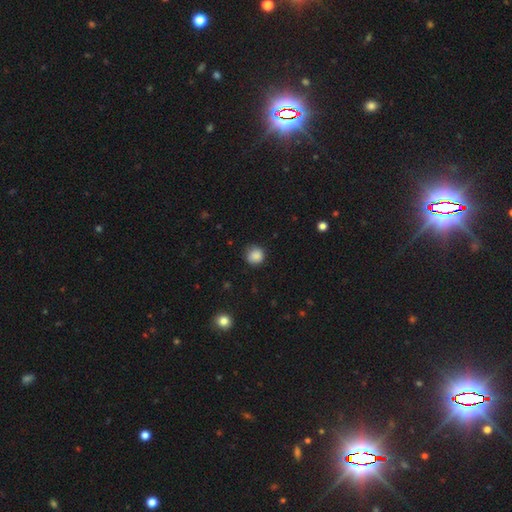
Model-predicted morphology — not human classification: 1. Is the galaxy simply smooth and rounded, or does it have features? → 87% smooth, 9% star or artifact, 4% featured or disk.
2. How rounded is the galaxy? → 92% round, 7% in between, 1% cigar-shaped.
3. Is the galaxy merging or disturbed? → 83% none, 13% minor disturbance, 3% major disturbance, 1% merger.